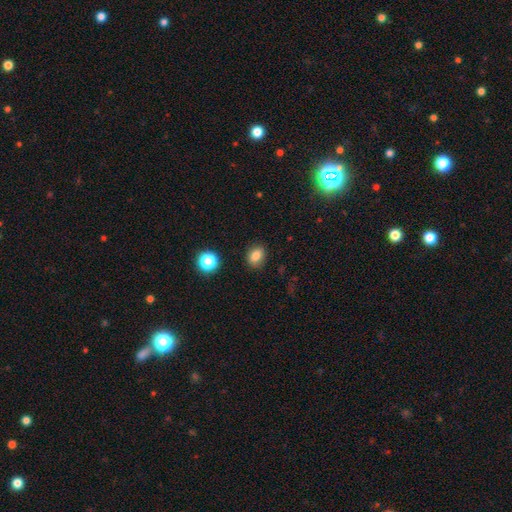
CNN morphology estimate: This appears to be a smooth galaxy with no disk features (82%) that is in between round and cigar-shaped (59%). Merging: none (85%).